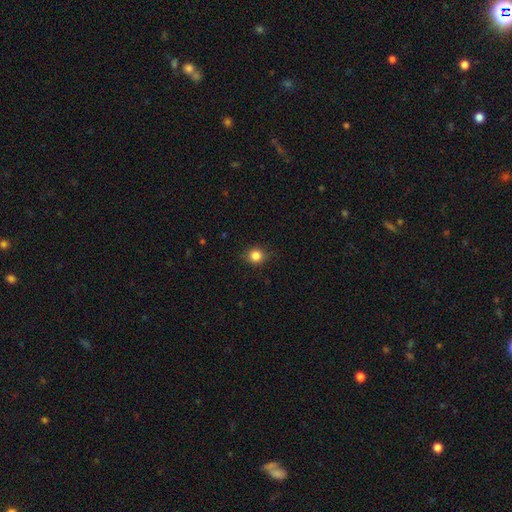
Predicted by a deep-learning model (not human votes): smooth-or-featured: smooth: 83% | star or artifact: 12% | featured or disk: 5%
  how-rounded: round: 87% | in between: 12% | cigar-shaped: 1%
  merging: none: 85% | minor disturbance: 11% | major disturbance: 3% | merger: 1%